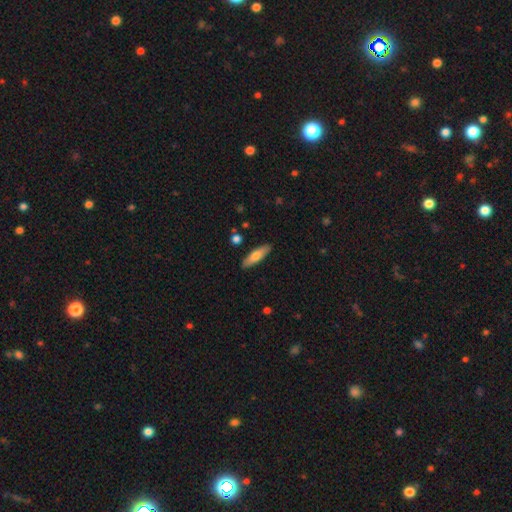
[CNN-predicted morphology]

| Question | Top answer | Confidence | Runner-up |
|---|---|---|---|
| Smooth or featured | smooth | 69% | featured or disk (26%) |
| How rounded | cigar-shaped | 61% | in between (37%) |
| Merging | none | 89% | minor disturbance (8%) |